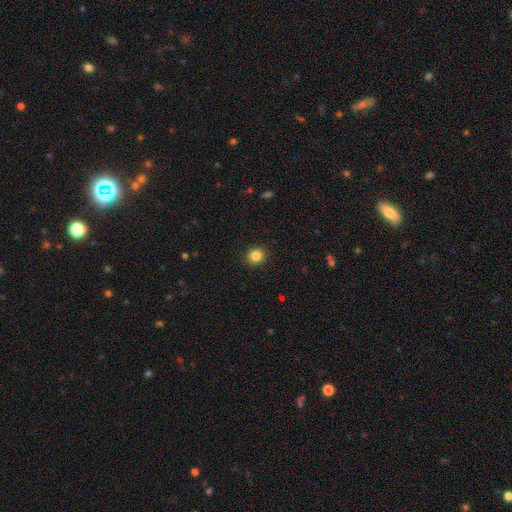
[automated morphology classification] smooth_or_featured: smooth (p=0.85) [alt: star or artifact p=0.10]
how_rounded: round (p=0.81) [alt: in between p=0.18]
merging: none (p=0.91) [alt: minor disturbance p=0.06]